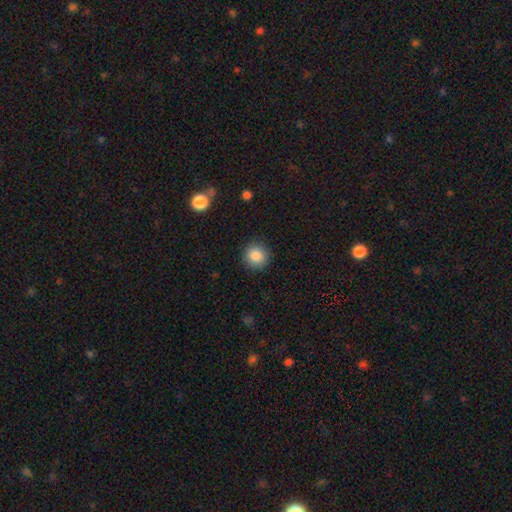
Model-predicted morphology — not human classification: This is clearly a smooth galaxy (86%). How rounded: clearly round (93%). Merging: clearly none (91%).